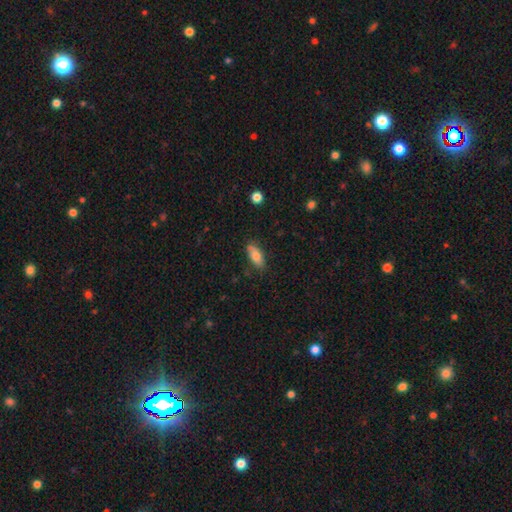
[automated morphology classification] type=smooth (79%); roundness=in between (76%); merging=none (78%).